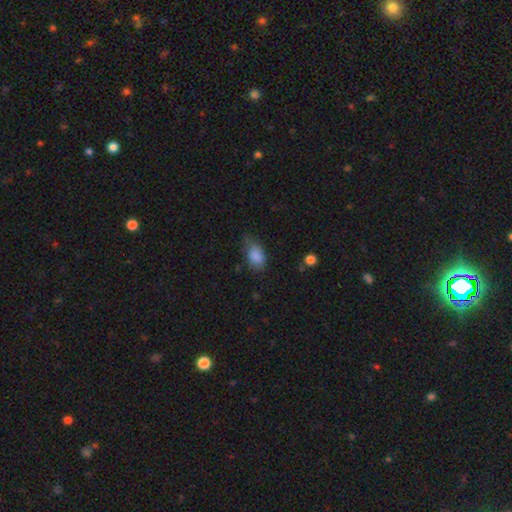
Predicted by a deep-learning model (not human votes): Q: Smooth or featured?
A: smooth (84%); runner-up: star or artifact (8%)
Q: How rounded?
A: in between (87%); runner-up: round (11%)
Q: Merging?
A: none (46%); runner-up: minor disturbance (37%)